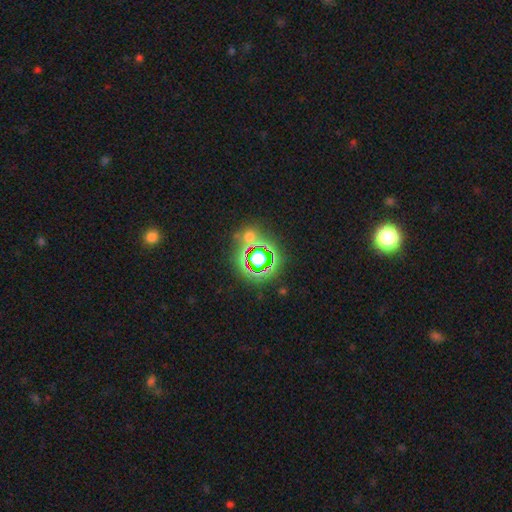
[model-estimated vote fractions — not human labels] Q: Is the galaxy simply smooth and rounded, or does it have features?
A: star or artifact — 65%.